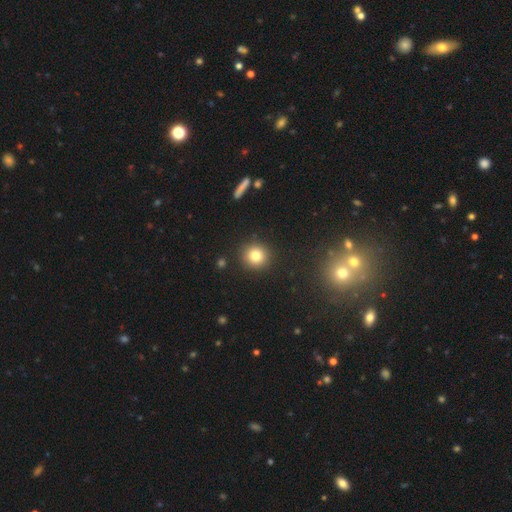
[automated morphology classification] Smooth or featured? smooth (81%)
How rounded? round (93%)
Merging? none (91%)